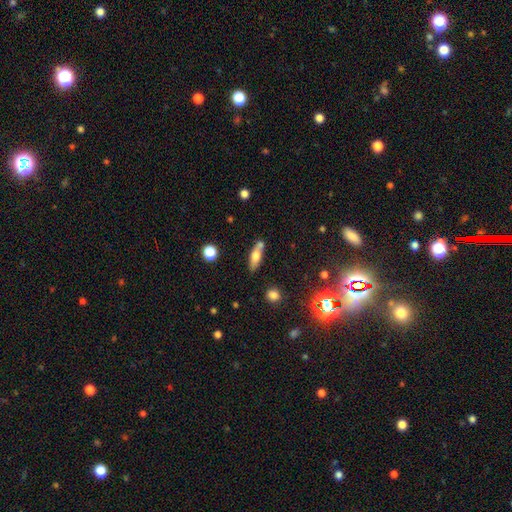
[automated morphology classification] Smooth or featured? smooth (63%)
How rounded? in between (50%)
Merging? none (62%)